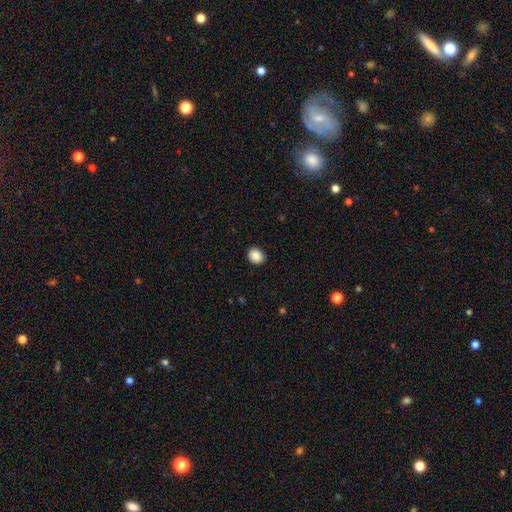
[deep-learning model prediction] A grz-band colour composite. It shows a smooth galaxy with no disk features (88%) that is round (61%). Merging: none (90%).